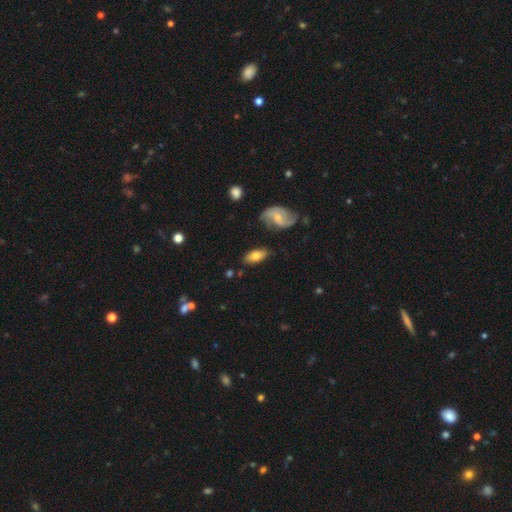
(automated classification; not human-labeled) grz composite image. It shows a smooth galaxy with no disk features (69%) that is in between round and cigar-shaped (89%). Merging: none (76%).